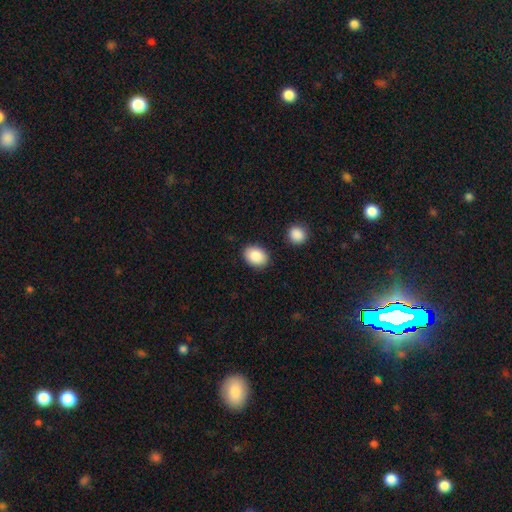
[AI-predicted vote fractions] Smooth or featured? smooth (87%)
How rounded? in between (71%)
Merging? none (86%)